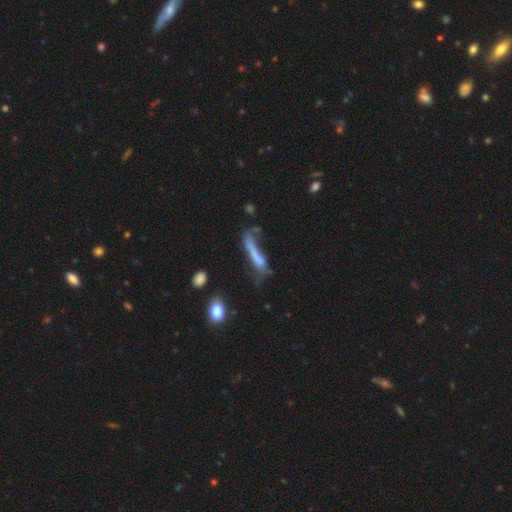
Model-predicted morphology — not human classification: smooth 52%, featured or disk 36%, star or artifact 12%. Down the decision tree: how rounded — cigar-shaped (79%); merging — major disturbance (37%).